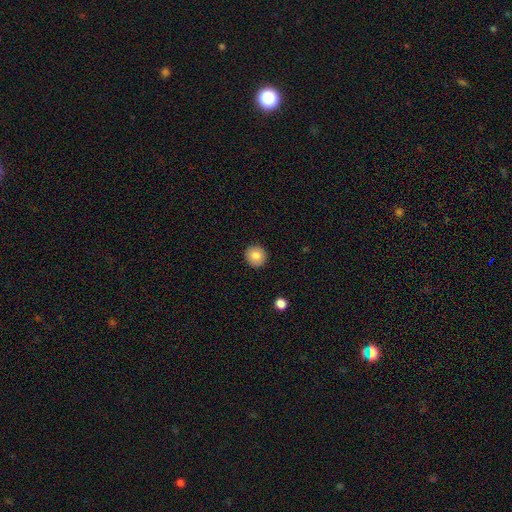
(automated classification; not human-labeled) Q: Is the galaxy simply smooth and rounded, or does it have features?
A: smooth — 84%.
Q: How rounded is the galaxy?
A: round — 94%.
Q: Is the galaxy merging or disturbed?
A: none — 92%.